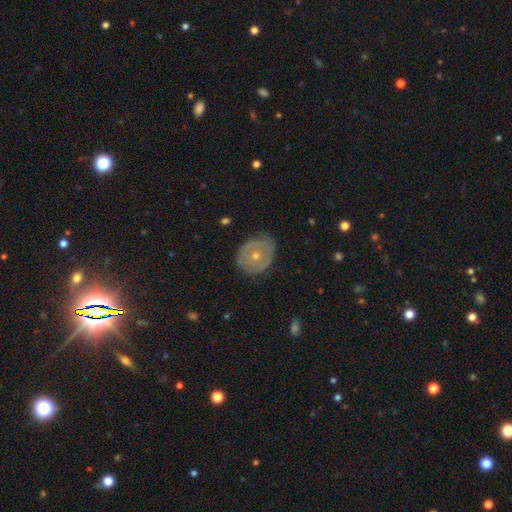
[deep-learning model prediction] This is possibly a featured or disk galaxy (58%). It is clearly not viewed edge-on (95%). Bar: clearly no (85%). Spiral arm pattern: likely no (64%). Central bulge: possibly moderate (51%). Merging: likely none (76%).